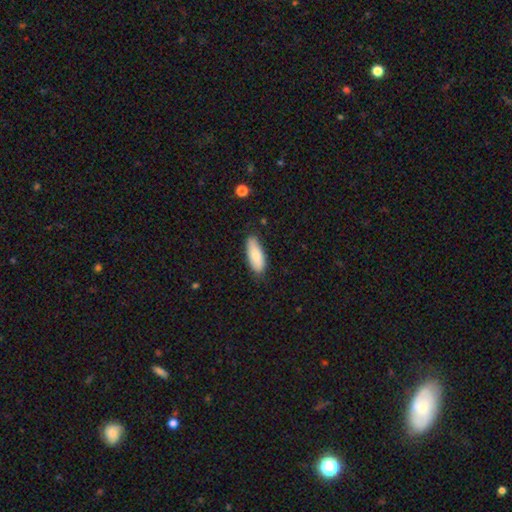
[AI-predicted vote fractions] A smooth galaxy with no disk features (82%) that is in between round and cigar-shaped (74%).

Vote fractions:
- Smooth or featured? smooth: 82% / featured or disk: 12% / star or artifact: 6%
- How rounded? in between: 74% / cigar-shaped: 25% / round: 2%
- Merging? none: 81% / minor disturbance: 15% / major disturbance: 3% / merger: 1%